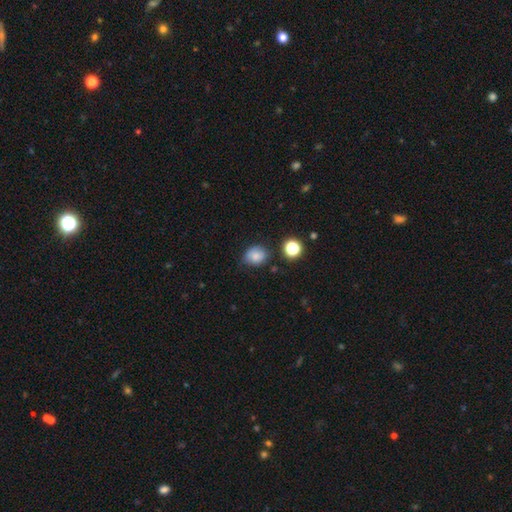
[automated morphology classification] A smooth galaxy with no disk features (79%) that is round (60%).

Vote fractions:
- Smooth or featured? smooth: 79% / star or artifact: 12% / featured or disk: 9%
- How rounded? round: 60% / in between: 39% / cigar-shaped: 1%
- Merging? none: 71% / minor disturbance: 21% / major disturbance: 4% / merger: 4%